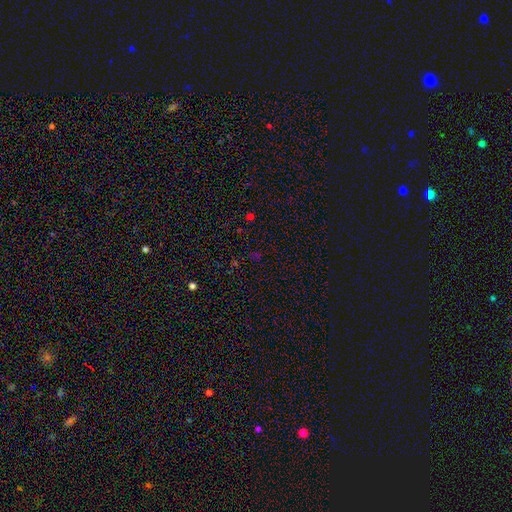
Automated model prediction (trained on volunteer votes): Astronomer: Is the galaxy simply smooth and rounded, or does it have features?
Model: star or artifact — 62%.